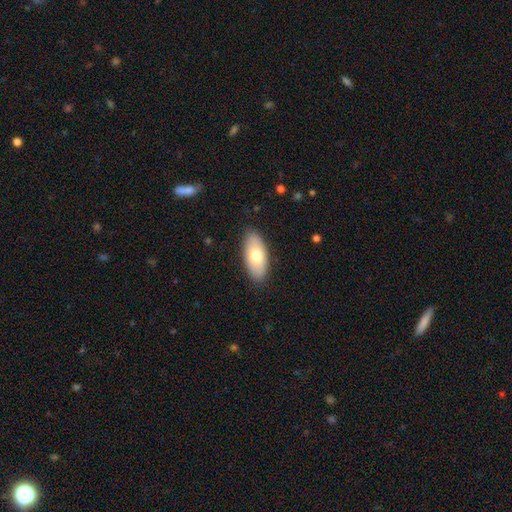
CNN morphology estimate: smooth-or-featured: smooth: 72% | featured or disk: 22% | star or artifact: 6%
  how-rounded: in between: 91% | cigar-shaped: 7% | round: 2%
  merging: none: 87% | minor disturbance: 10% | major disturbance: 2% | merger: 1%